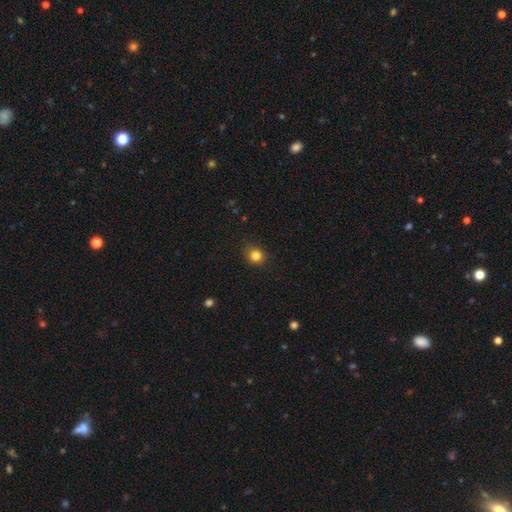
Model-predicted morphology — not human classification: Overall: smooth (83%). How rounded: round (79%). Merging: none (86%).